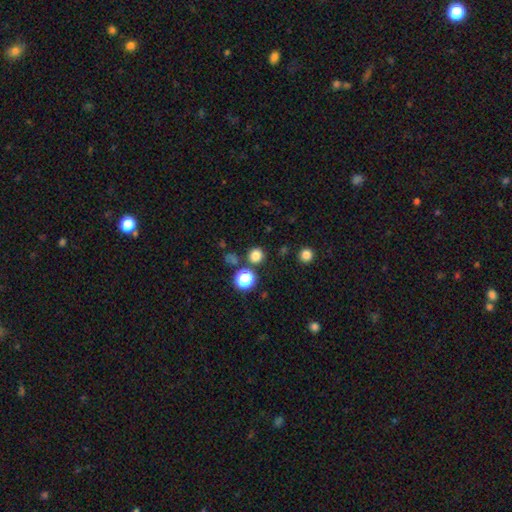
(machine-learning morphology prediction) Overall: smooth (78%). How rounded: round (92%). Merging: none (85%).